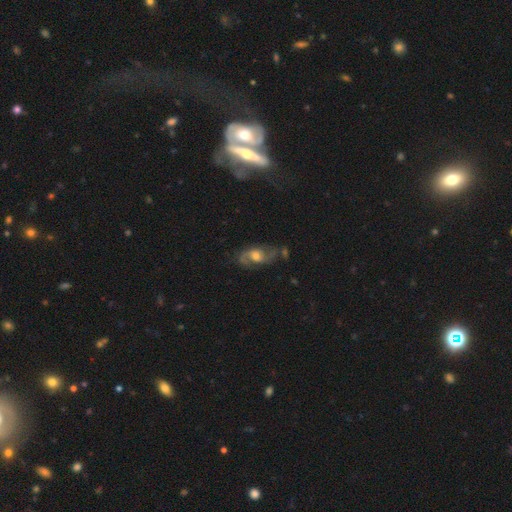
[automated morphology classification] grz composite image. It shows a featured or disk galaxy (74%) with no bar (61%), 2 (83%) medium (46%) spiral arms (89%) and a moderate central bulge (59%). Merging: none (64%).